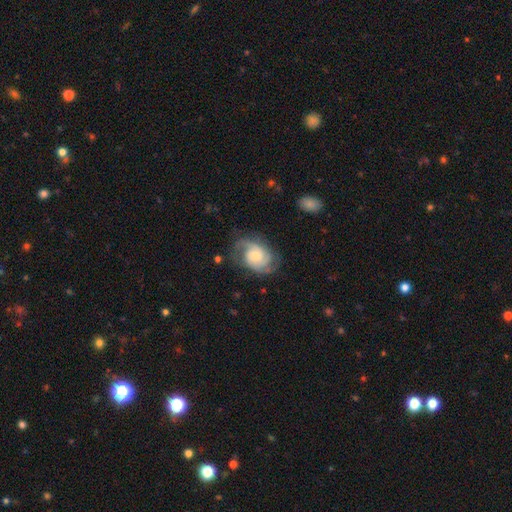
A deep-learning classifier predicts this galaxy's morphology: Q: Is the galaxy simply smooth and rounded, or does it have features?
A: featured or disk — 81%.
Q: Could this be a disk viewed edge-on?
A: no — 98%.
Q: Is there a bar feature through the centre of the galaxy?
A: no — 63%.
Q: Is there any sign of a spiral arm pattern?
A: yes — 96%.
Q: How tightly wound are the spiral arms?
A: medium — 44%.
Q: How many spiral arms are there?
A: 2 — 56%.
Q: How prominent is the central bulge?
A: small — 43%.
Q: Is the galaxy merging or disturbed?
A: none — 68%.